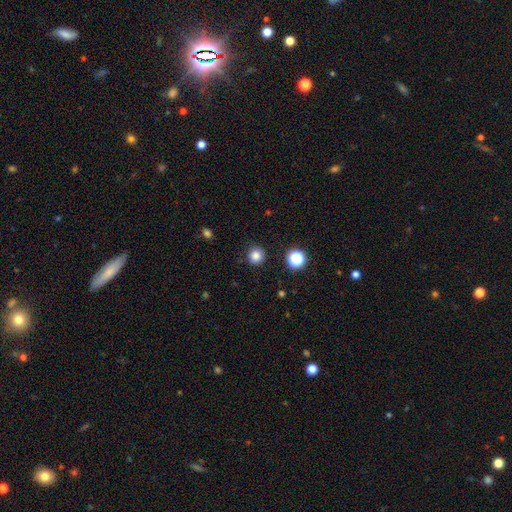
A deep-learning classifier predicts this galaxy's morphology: Smooth or featured?
  - smooth: 82% *
  - star or artifact: 13%
  - featured or disk: 4%
How rounded?
  - round: 94% *
  - in between: 6%
  - cigar-shaped: 1%
Merging?
  - none: 90% *
  - minor disturbance: 7%
  - major disturbance: 2%
  - merger: 1%